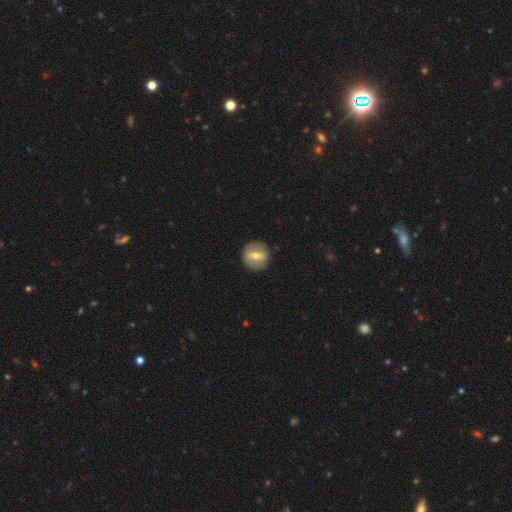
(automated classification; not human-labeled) Morphology: type=featured or disk (47%); merging=none (90%).